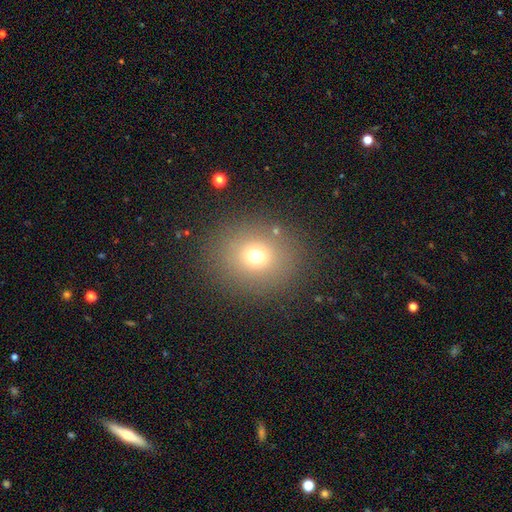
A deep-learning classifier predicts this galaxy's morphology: A smooth galaxy with no disk features (69%) that is round (81%).

Vote fractions:
- Smooth or featured? smooth: 69% / star or artifact: 20% / featured or disk: 11%
- How rounded? round: 81% / in between: 18% / cigar-shaped: 1%
- Merging? none: 86% / minor disturbance: 7% / major disturbance: 5% / merger: 2%